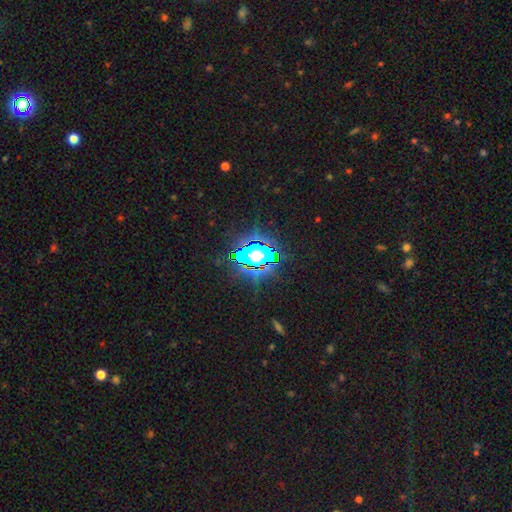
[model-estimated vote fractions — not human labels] The model was most divided on "smooth or featured": star or artifact: 65%, smooth: 21%, featured or disk: 13%.